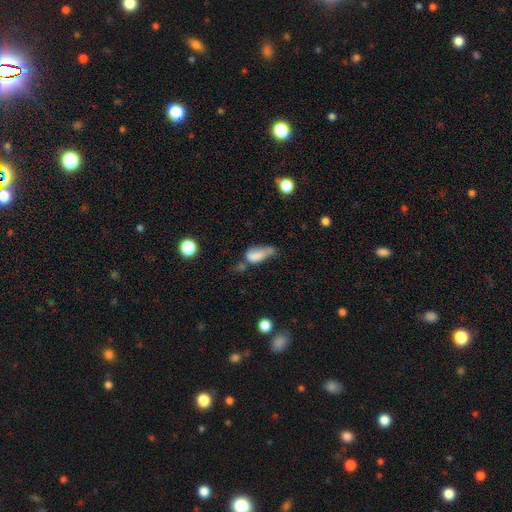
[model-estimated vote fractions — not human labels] This appears to be a smooth galaxy with no disk features (72%) that is in between round and cigar-shaped (81%). Merging: minor disturbance (32%).